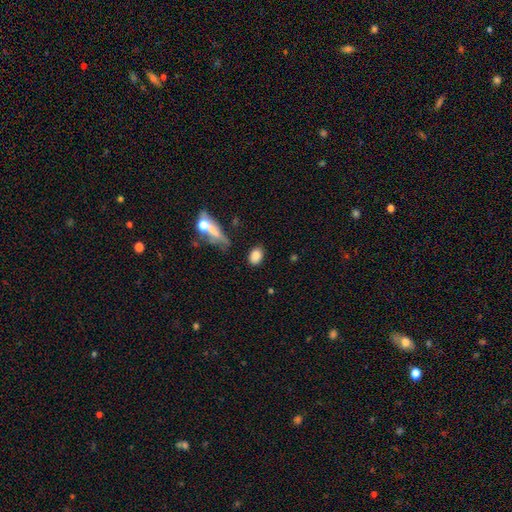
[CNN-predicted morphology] A smooth galaxy with no disk features (84%) that is in between round and cigar-shaped (79%). Merging: none (75%).